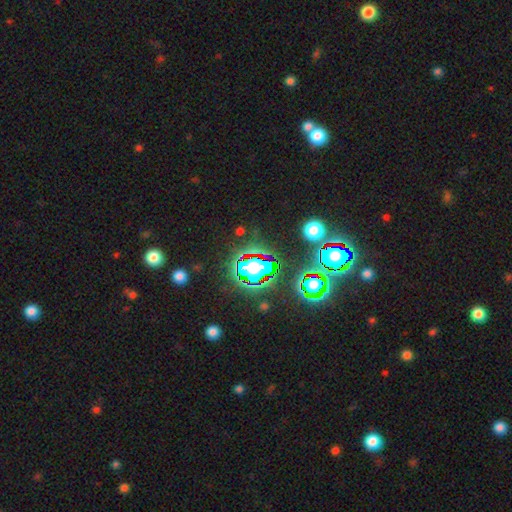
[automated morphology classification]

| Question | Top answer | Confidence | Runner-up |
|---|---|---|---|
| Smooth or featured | star or artifact | 80% | smooth (12%) |